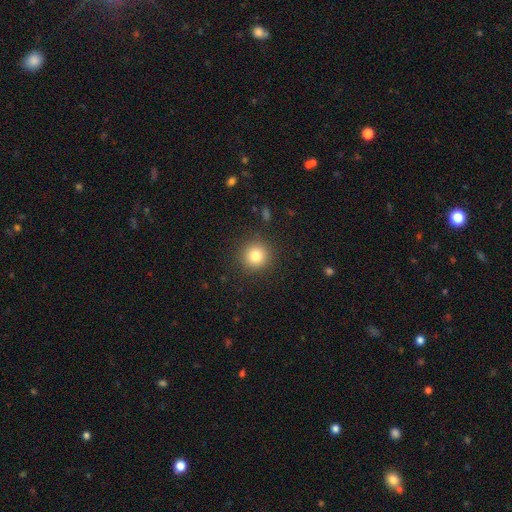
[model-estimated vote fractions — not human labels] smooth_or_featured: smooth (p=0.81) [alt: star or artifact p=0.11]
how_rounded: round (p=0.94) [alt: in between p=0.05]
merging: none (p=0.90) [alt: minor disturbance p=0.06]